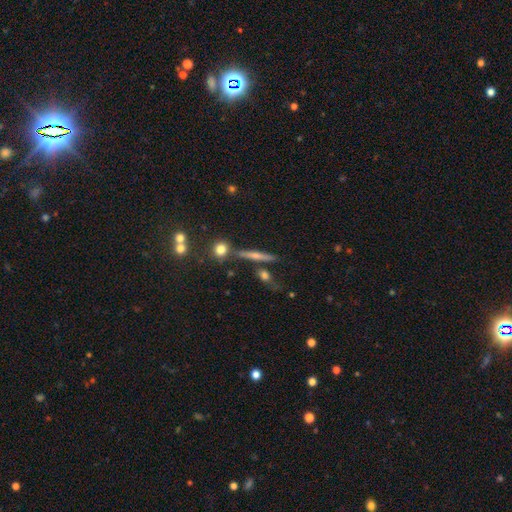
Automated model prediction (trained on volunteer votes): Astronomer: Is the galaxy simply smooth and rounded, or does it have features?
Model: smooth — 46% (runner-up: featured or disk, 44%).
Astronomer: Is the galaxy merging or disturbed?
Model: none — 77%.